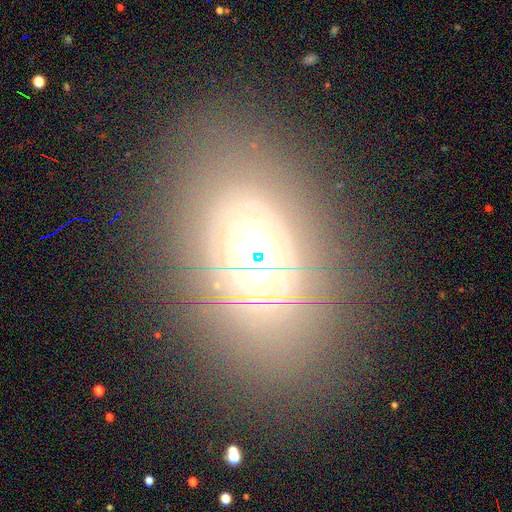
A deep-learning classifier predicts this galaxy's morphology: type=featured or disk (52%); edge-on=no (87%); merging=none (69%).